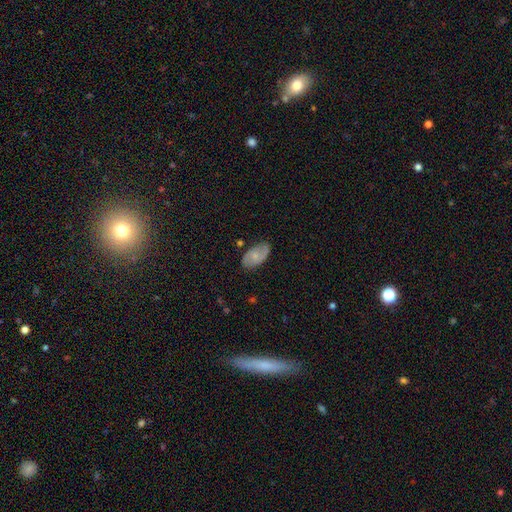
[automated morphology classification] This is possibly a smooth galaxy (56%). How rounded: clearly in between (94%). Merging: likely none (77%).